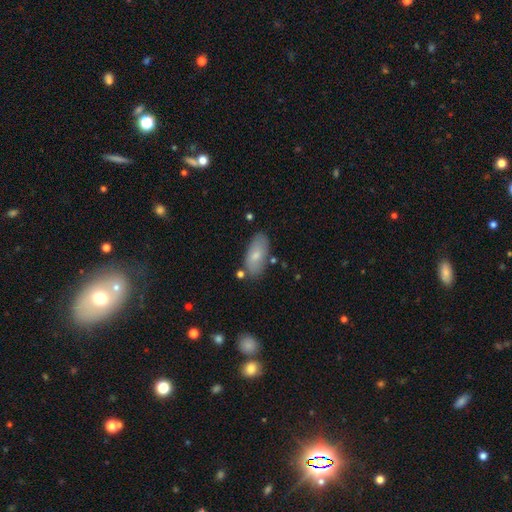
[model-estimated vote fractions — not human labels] Overall: smooth (75%). How rounded: in between (88%). Merging: none (77%).